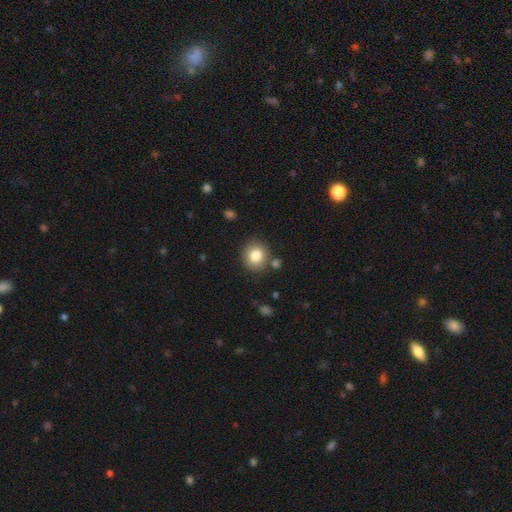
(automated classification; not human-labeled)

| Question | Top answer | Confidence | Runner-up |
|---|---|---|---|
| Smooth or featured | smooth | 81% | star or artifact (10%) |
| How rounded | round | 84% | in between (15%) |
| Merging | none | 82% | minor disturbance (9%) |